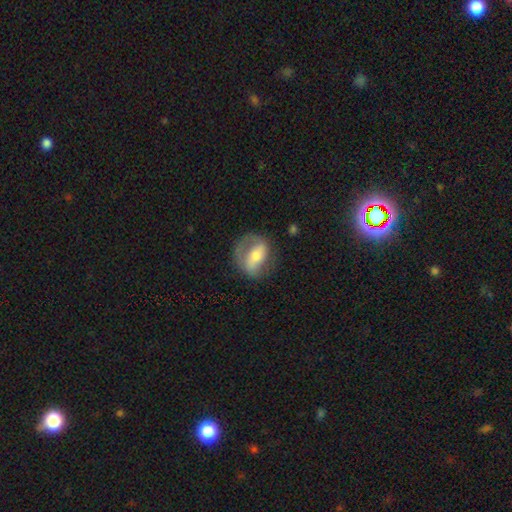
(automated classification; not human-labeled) The model was most divided on "spiral arms": yes: 56%, no: 44%. Remaining: edge-on disk — no (91%); merging — none (63%); bulge size — moderate (60%); smooth or featured — featured or disk (56%); bar — strong (46%).